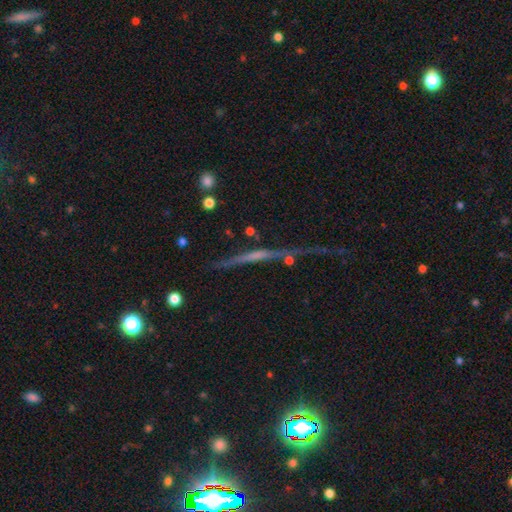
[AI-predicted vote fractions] Overall: featured or disk (61%; smooth 24%). Edge-on disk: yes (92%). Edge-on bulge: none (67%). Merging: none (68%).